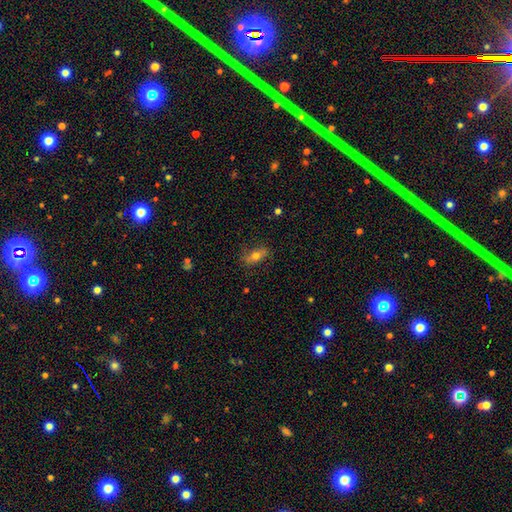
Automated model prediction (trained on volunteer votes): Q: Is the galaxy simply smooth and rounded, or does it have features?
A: smooth — 65%.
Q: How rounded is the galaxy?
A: in between — 76%.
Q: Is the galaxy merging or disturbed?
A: none — 77%.